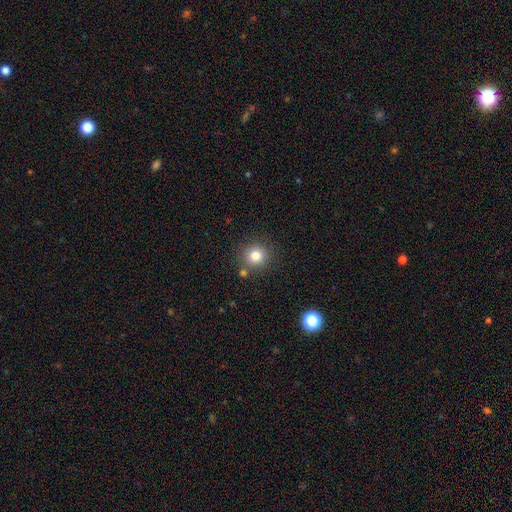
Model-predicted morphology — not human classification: smooth_or_featured: smooth (p=0.81) [alt: star or artifact p=0.12]
how_rounded: round (p=0.91) [alt: in between p=0.08]
merging: none (p=0.81) [alt: minor disturbance p=0.09]